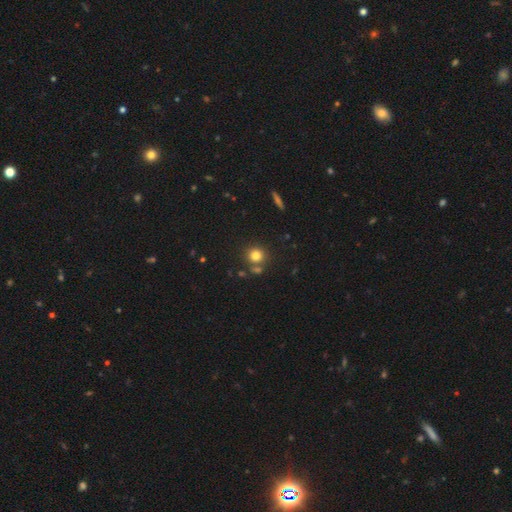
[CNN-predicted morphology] Q: Smooth or featured?
A: smooth (79%); runner-up: star or artifact (13%)
Q: How rounded?
A: round (88%); runner-up: in between (11%)
Q: Merging?
A: none (71%); runner-up: merger (16%)